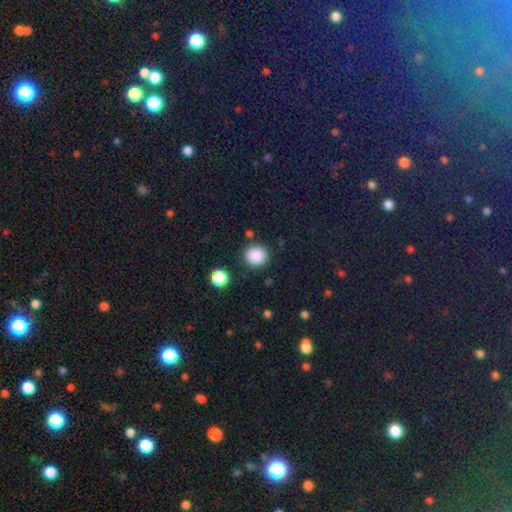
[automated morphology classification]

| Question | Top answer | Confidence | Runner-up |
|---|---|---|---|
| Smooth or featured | smooth | 86% | star or artifact (10%) |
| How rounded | round | 89% | in between (10%) |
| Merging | none | 86% | minor disturbance (8%) |